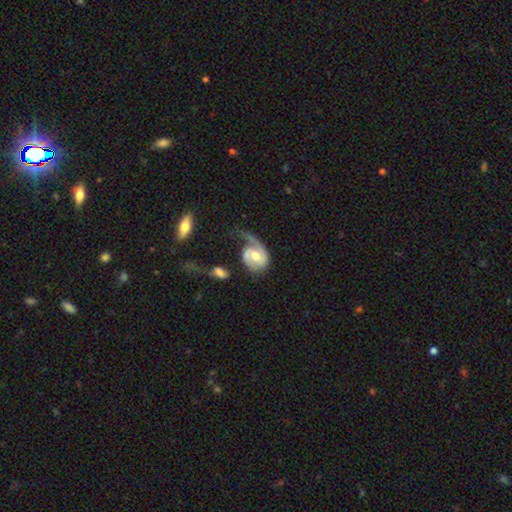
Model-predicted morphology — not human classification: smooth-or-featured: featured or disk: 79% | smooth: 16% | star or artifact: 5%
  disk-edge-on: no: 97% | yes: 3%
    bar: no: 56% | weak: 35% | strong: 9%
    has-spiral-arms: yes: 92% | no: 8%
      spiral-winding: medium: 36% | loose: 35% | tight: 29%
      spiral-arm-count: 1: 62% | 2: 30% | can't tell: 5% | 3: 1% | 4: 1% | more than 4: 1%
    bulge-size: moderate: 70% | large: 14% | small: 13% | none: 2% | dominant: 1%
  merging: major disturbance: 40% | none: 32% | minor disturbance: 20% | merger: 8%